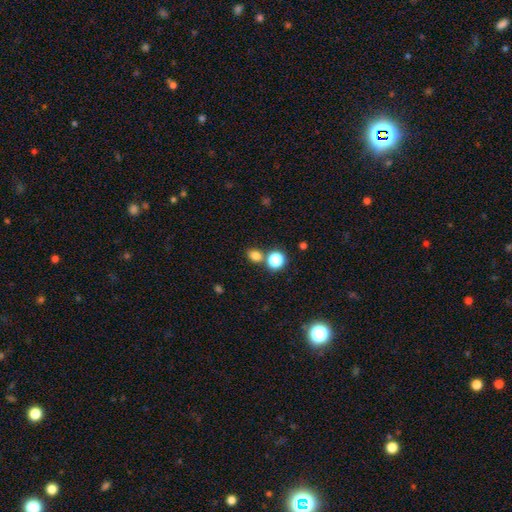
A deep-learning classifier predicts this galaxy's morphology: Smooth or featured?
  - smooth: 78% *
  - star or artifact: 17%
  - featured or disk: 5%
How rounded?
  - round: 51% *
  - in between: 48%
  - cigar-shaped: 1%
Merging?
  - none: 69% *
  - merger: 19%
  - minor disturbance: 9%
  - major disturbance: 3%